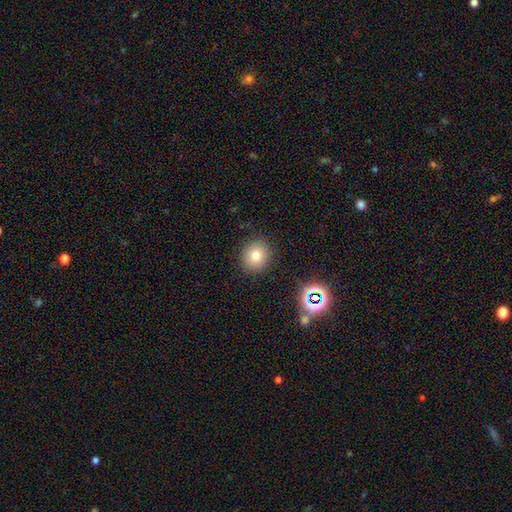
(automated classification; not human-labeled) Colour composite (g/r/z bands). It shows a smooth galaxy with no disk features (76%) that is round (82%). Merging: none (88%).